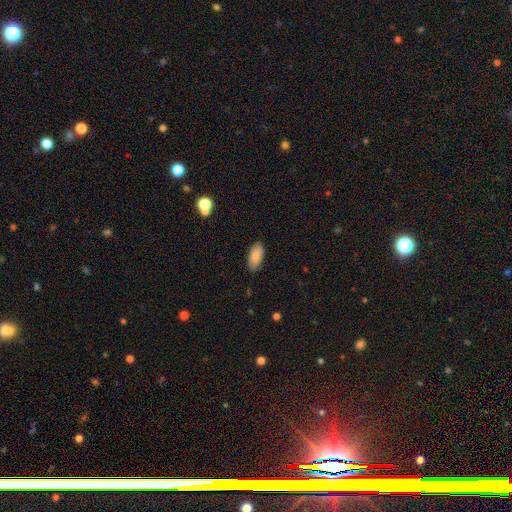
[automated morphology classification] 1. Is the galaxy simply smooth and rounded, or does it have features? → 88% smooth, 7% star or artifact, 5% featured or disk.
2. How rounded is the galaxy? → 91% in between, 7% cigar-shaped, 2% round.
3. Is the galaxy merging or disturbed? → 85% none, 12% minor disturbance, 2% major disturbance, 1% merger.